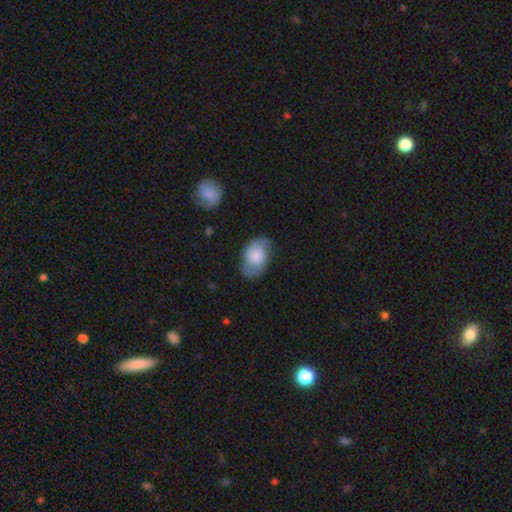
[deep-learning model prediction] Smooth or featured?
  - smooth: 54% *
  - featured or disk: 38%
  - star or artifact: 8%
How rounded?
  - in between: 85% *
  - round: 13%
  - cigar-shaped: 1%
Merging?
  - none: 70% *
  - minor disturbance: 21%
  - major disturbance: 7%
  - merger: 2%